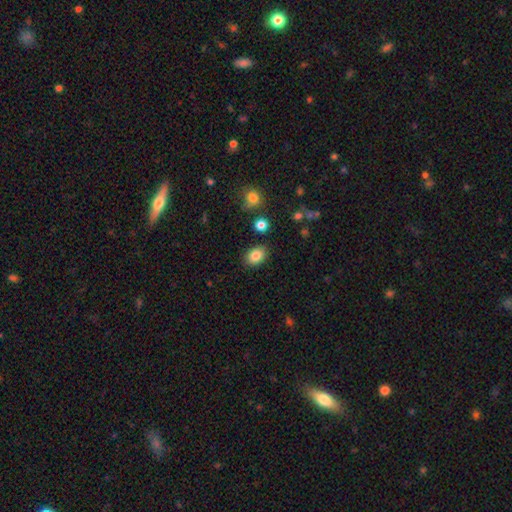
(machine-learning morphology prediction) smooth 84%, star or artifact 9%, featured or disk 7%. Down the decision tree: how rounded — in between (75%); merging — none (86%).